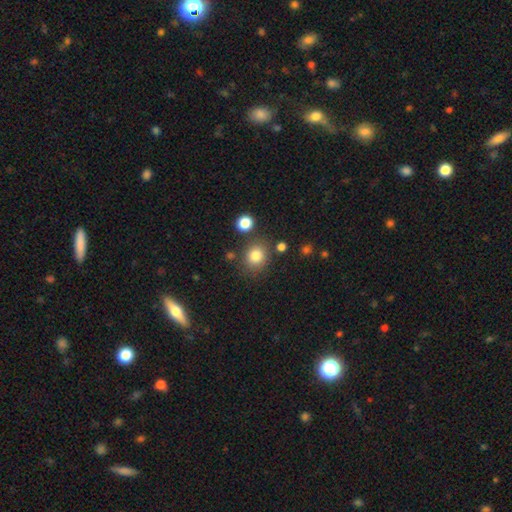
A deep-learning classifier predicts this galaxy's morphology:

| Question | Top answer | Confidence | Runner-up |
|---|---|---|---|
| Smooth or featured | smooth | 82% | star or artifact (12%) |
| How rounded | round | 74% | in between (25%) |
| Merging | none | 79% | minor disturbance (11%) |